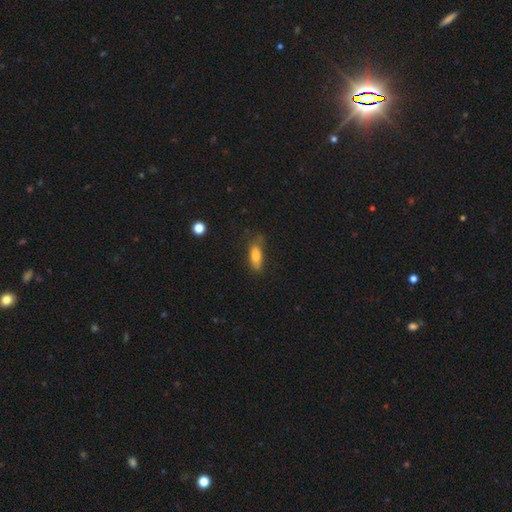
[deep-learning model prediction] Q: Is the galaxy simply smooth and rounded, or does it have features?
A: smooth — 77%.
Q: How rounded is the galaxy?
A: in between — 68%.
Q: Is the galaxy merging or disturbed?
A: none — 62%.